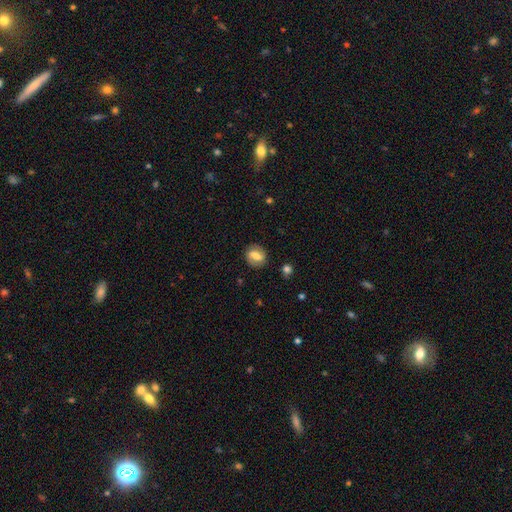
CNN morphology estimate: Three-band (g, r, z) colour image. It shows a smooth galaxy with no disk features (53%) that is in between round and cigar-shaped (54%). Merging: none (82%).